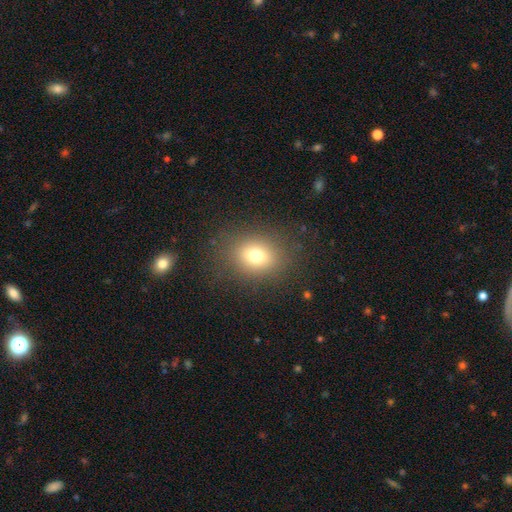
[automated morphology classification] Smooth or featured: smooth — 73% (star or artifact — 15%)
How rounded: round — 57% (in between — 41%)
Merging: none — 83% (minor disturbance — 10%)